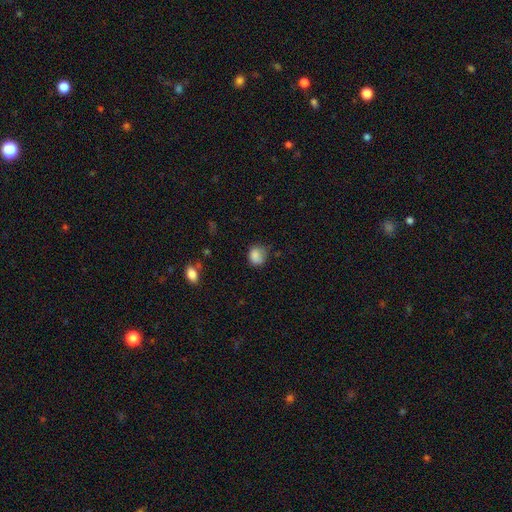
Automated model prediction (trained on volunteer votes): smooth-or-featured: smooth: 84% | star or artifact: 10% | featured or disk: 6%
  how-rounded: round: 59% | in between: 40% | cigar-shaped: 1%
  merging: none: 62% | minor disturbance: 28% | major disturbance: 8% | merger: 2%